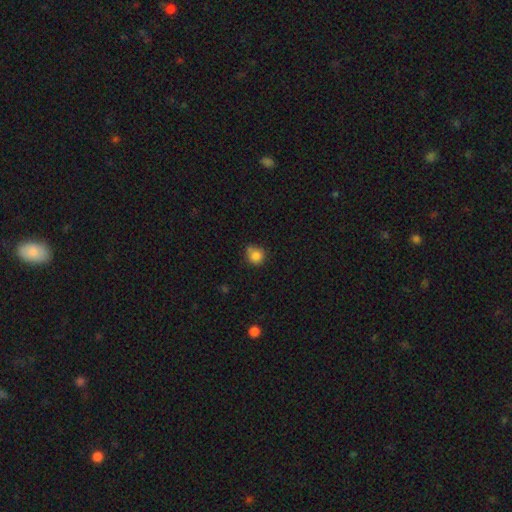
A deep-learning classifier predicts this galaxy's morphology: smooth-or-featured: smooth: 83% | star or artifact: 11% | featured or disk: 6%
  how-rounded: round: 83% | in between: 16% | cigar-shaped: 1%
  merging: none: 59% | minor disturbance: 27% | merger: 8% | major disturbance: 6%